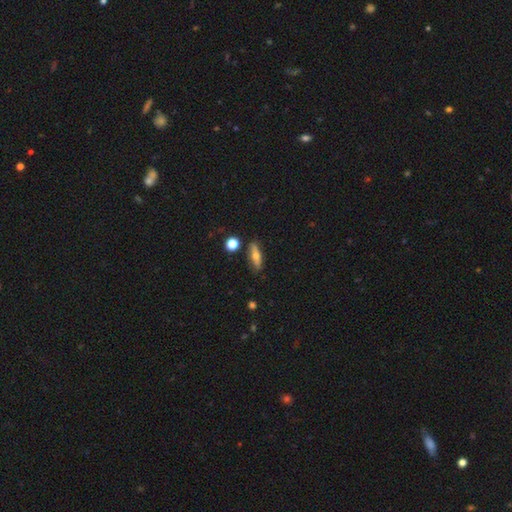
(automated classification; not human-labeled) smooth_or_featured: smooth (p=0.55) [alt: featured or disk p=0.37]
how_rounded: cigar-shaped (p=0.52) [alt: in between p=0.42]
merging: none (p=0.82) [alt: minor disturbance p=0.12]